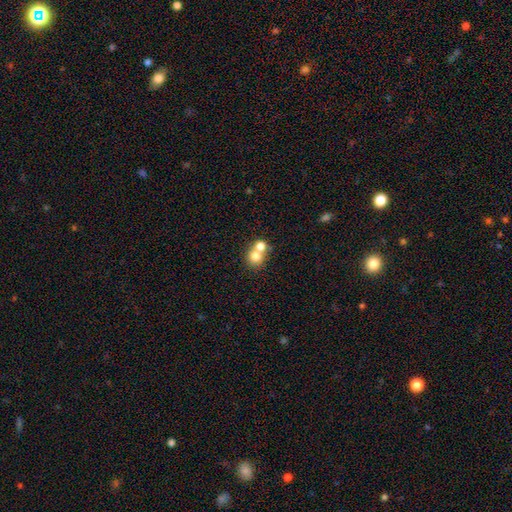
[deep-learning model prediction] Morphology: type=smooth (76%); roundness=round (82%); merging=merger (57%).